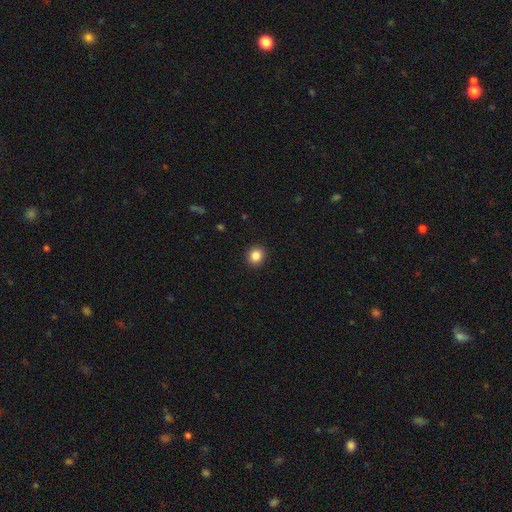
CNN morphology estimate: smooth_or_featured: smooth (p=0.86) [alt: star or artifact p=0.10]
how_rounded: round (p=0.88) [alt: in between p=0.11]
merging: none (p=0.92) [alt: minor disturbance p=0.05]